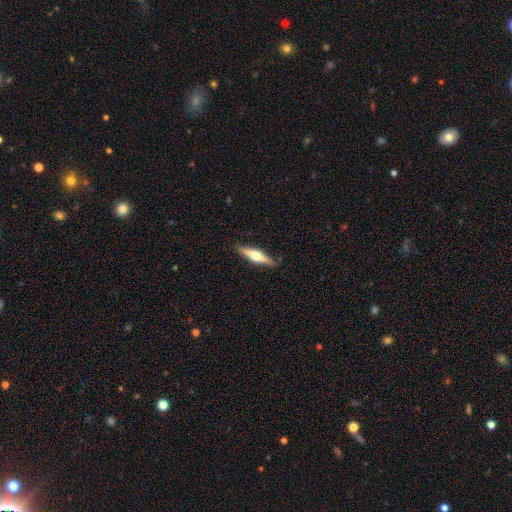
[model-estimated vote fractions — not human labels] Smooth or featured? featured or disk (60%)
Edge-on disk? yes (97%)
Edge-on bulge? rounded (93%)
Merging? none (88%)